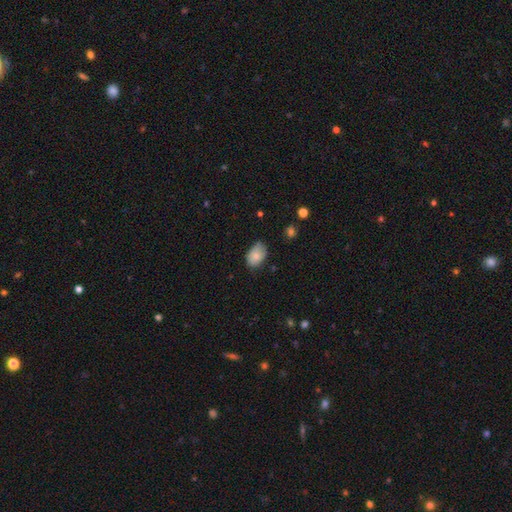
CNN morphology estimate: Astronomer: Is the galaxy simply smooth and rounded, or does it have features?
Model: smooth — 80%.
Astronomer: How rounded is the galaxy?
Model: in between — 85%.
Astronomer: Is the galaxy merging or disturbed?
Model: none — 64%.